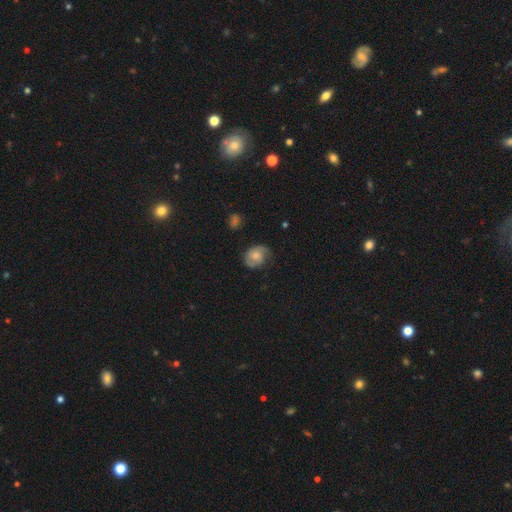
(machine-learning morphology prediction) Smooth or featured: featured or disk — 53% (smooth — 38%)
Edge-on disk: no — 97% (yes — 3%)
Bar: no — 72% (weak — 24%)
Spiral arms: yes — 89% (no — 11%)
Bulge size: moderate — 51% (small — 33%)
Merging: none — 63% (minor disturbance — 26%)